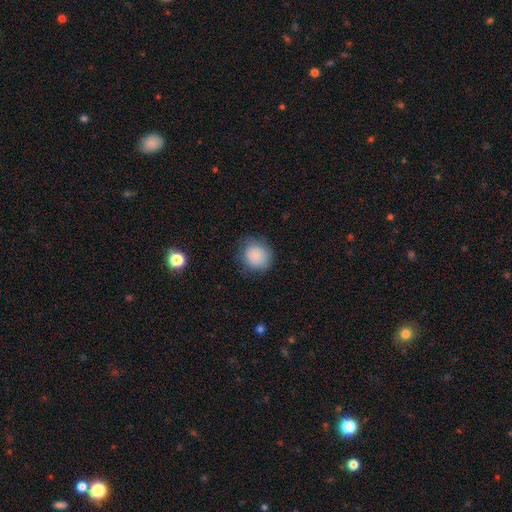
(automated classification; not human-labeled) smooth-or-featured: smooth: 86% | star or artifact: 8% | featured or disk: 6%
  how-rounded: round: 80% | in between: 19% | cigar-shaped: 1%
  merging: none: 76% | minor disturbance: 17% | major disturbance: 6% | merger: 1%